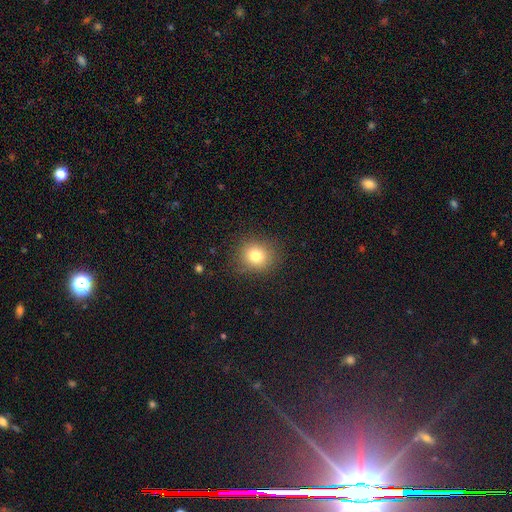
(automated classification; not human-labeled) This is likely a smooth galaxy (80%). How rounded: likely round (79%). Merging: clearly none (85%).